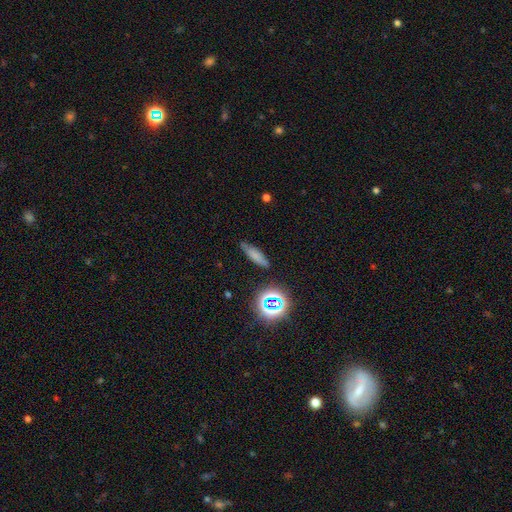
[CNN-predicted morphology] Smooth or featured? smooth (66%)
How rounded? cigar-shaped (61%)
Merging? none (77%)